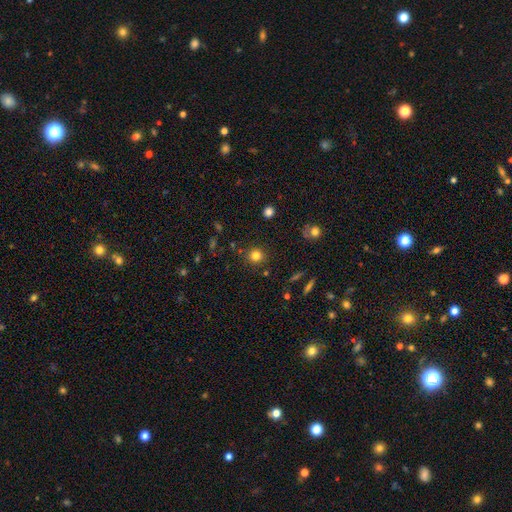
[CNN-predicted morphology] The model was most divided on "smooth or featured": smooth: 80%, star or artifact: 14%, featured or disk: 6%. More confident: how rounded — round (92%); merging — none (87%).